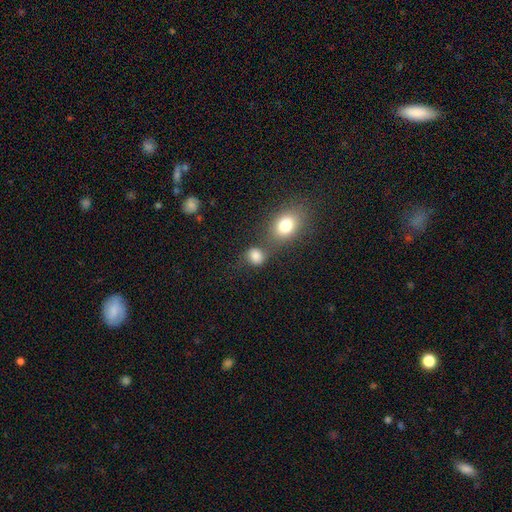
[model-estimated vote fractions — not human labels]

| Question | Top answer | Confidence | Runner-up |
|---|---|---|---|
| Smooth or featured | smooth | 80% | star or artifact (12%) |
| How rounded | round | 64% | in between (35%) |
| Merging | none | 53% | merger (25%) |